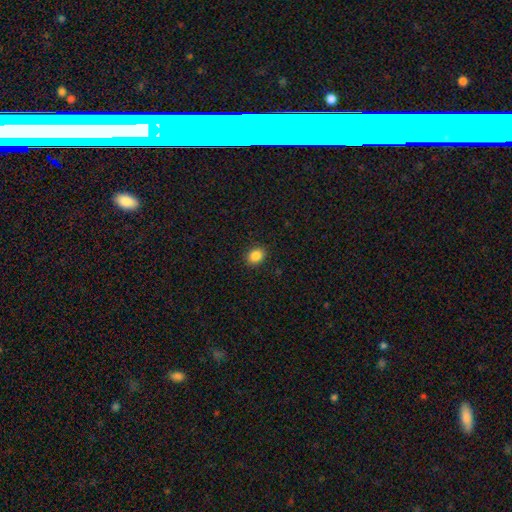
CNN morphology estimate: A smooth galaxy with no disk features (87%) that is in between round and cigar-shaped (51%).

Vote fractions:
- Smooth or featured? smooth: 87% / star or artifact: 10% / featured or disk: 3%
- How rounded? in between: 51% / round: 48% / cigar-shaped: 1%
- Merging? none: 90% / minor disturbance: 7% / major disturbance: 2% / merger: 1%